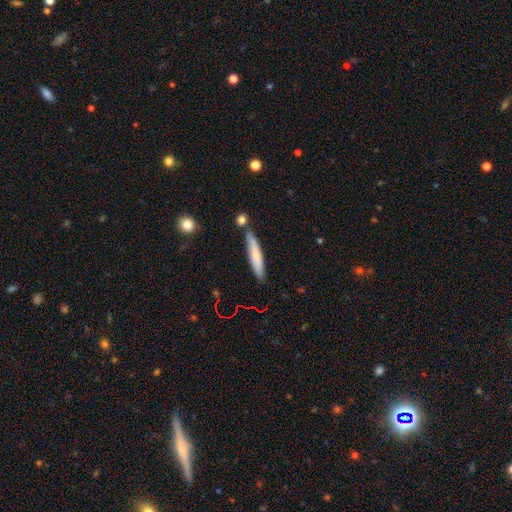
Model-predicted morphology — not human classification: A smooth galaxy with no disk features (68%) that is cigar-shaped (91%).

Vote fractions:
- Smooth or featured? smooth: 68% / featured or disk: 25% / star or artifact: 6%
- How rounded? cigar-shaped: 91% / in between: 8% / round: 1%
- Merging? none: 78% / minor disturbance: 13% / merger: 6% / major disturbance: 2%